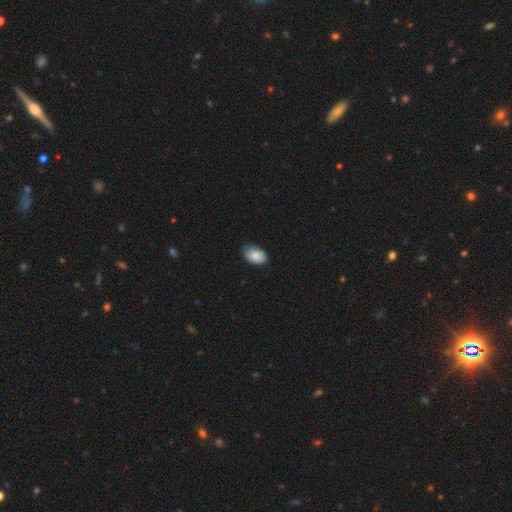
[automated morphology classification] Smooth or featured: smooth — 85% (featured or disk — 8%)
How rounded: in between — 89% (round — 10%)
Merging: none — 76% (minor disturbance — 21%)